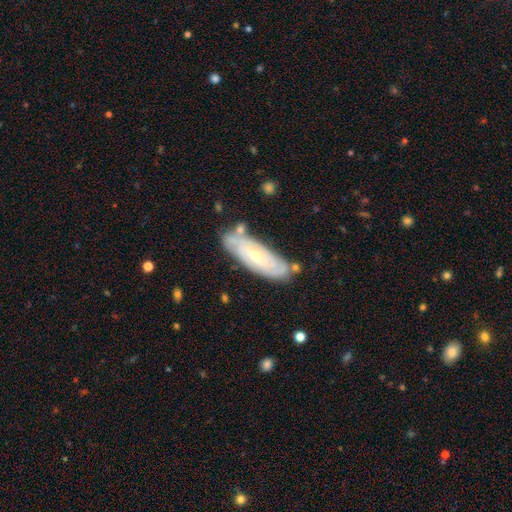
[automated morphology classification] This appears to be a featured or disk galaxy (70%) with no bar (62%), spiral arms (81%) and a small central bulge (56%). Merging: none (74%).